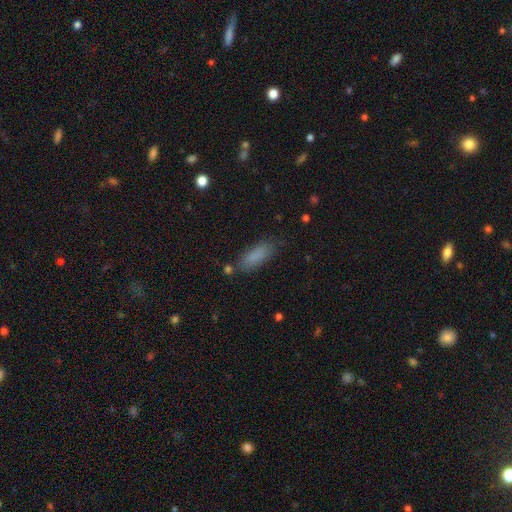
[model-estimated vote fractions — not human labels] Smooth or featured?
  - smooth: 85% *
  - star or artifact: 9%
  - featured or disk: 7%
How rounded?
  - in between: 62% *
  - cigar-shaped: 36%
  - round: 2%
Merging?
  - none: 76% *
  - minor disturbance: 16%
  - major disturbance: 4%
  - merger: 3%